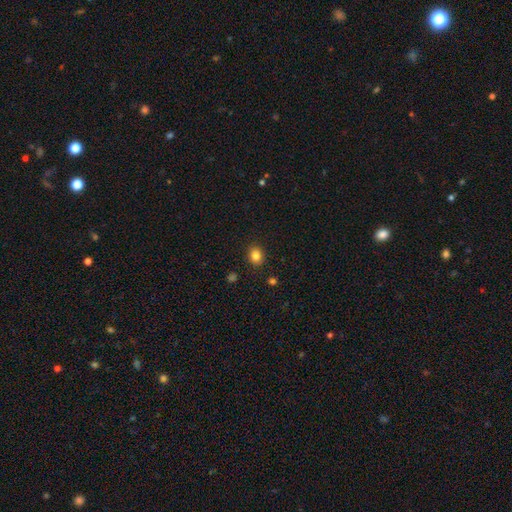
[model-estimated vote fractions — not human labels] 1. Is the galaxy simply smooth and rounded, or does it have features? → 84% smooth, 11% star or artifact, 5% featured or disk.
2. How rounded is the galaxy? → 61% round, 38% in between, 1% cigar-shaped.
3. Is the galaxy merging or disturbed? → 88% none, 8% minor disturbance, 2% major disturbance, 2% merger.